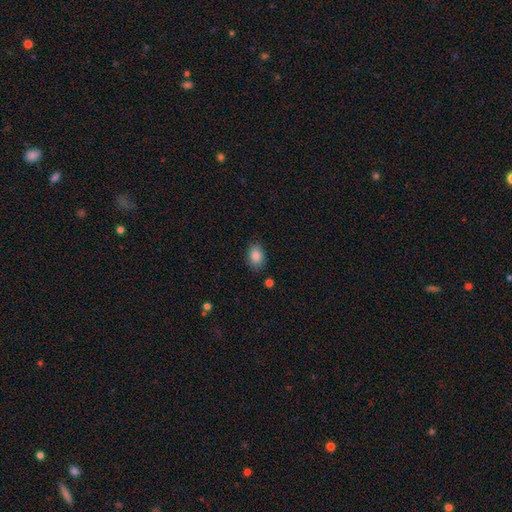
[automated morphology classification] This is clearly a smooth galaxy (86%). How rounded: likely in between (78%). Merging: clearly none (84%).